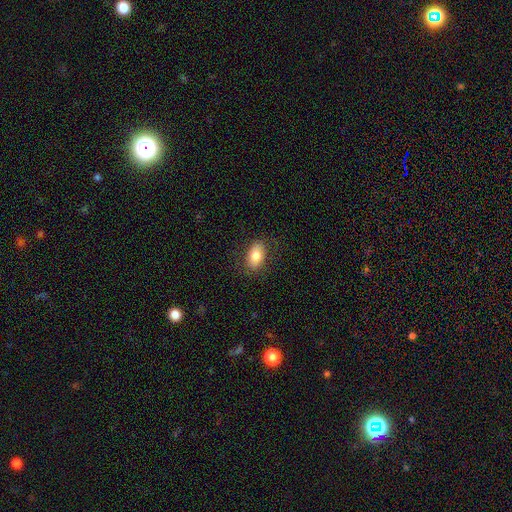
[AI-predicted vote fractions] Smooth or featured? smooth (81%)
How rounded? in between (90%)
Merging? none (83%)